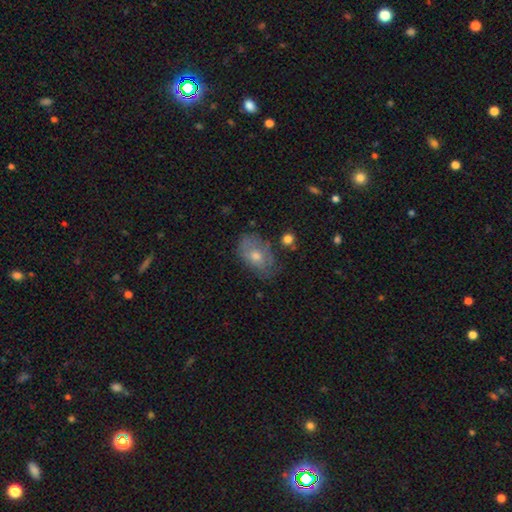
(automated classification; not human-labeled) Smooth or featured?
  - smooth: 56% *
  - featured or disk: 32%
  - star or artifact: 12%
How rounded?
  - in between: 84% *
  - round: 14%
  - cigar-shaped: 2%
Merging?
  - none: 66% *
  - minor disturbance: 24%
  - major disturbance: 7%
  - merger: 3%